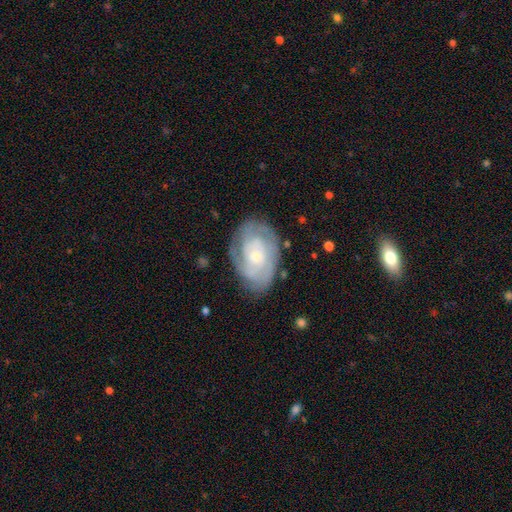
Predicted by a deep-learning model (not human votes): smooth-or-featured: featured or disk: 79% | smooth: 15% | star or artifact: 6%
  disk-edge-on: no: 97% | yes: 3%
    bar: no: 72% | weak: 24% | strong: 4%
    has-spiral-arms: yes: 92% | no: 8%
      spiral-winding: tight: 66% | medium: 27% | loose: 7%
      spiral-arm-count: can't tell: 36% | 2: 28% | 3: 19% | 4: 7% | 1: 5% | more than 4: 4%
    bulge-size: small: 61% | moderate: 32% | large: 4% | none: 3% | dominant: 1%
  merging: none: 75% | minor disturbance: 18% | major disturbance: 6% | merger: 1%